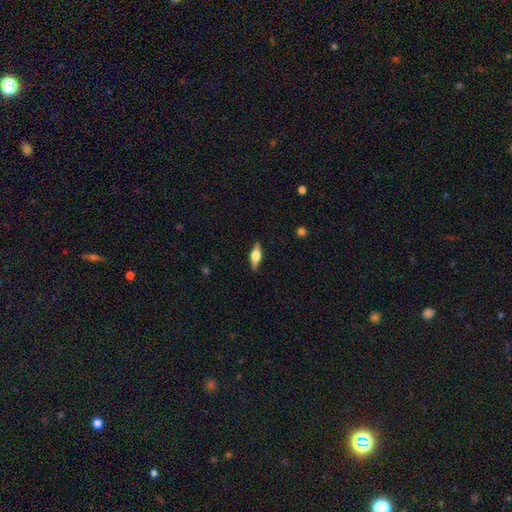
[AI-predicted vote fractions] Morphology: type=featured or disk (54%); edge-on=yes (94%); edge-on bulge=rounded (92%); merging=none (87%).